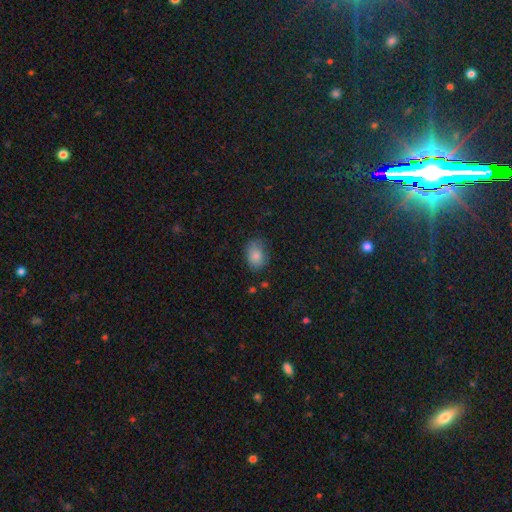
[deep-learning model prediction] A smooth galaxy with no disk features (83%) that is in between round and cigar-shaped (76%). Merging: none (70%).